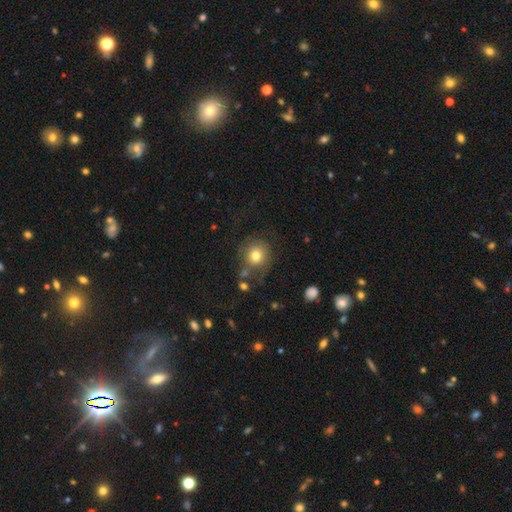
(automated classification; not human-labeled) smooth 76%, featured or disk 13%, star or artifact 11%. Down the decision tree: how rounded — round (87%); merging — none (67%).